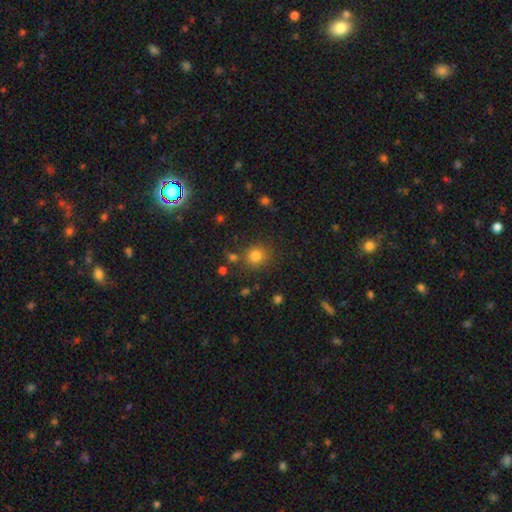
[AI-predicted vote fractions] Smooth or featured: smooth — 81% (star or artifact — 13%)
How rounded: round — 86% (in between — 13%)
Merging: none — 80% (minor disturbance — 10%)